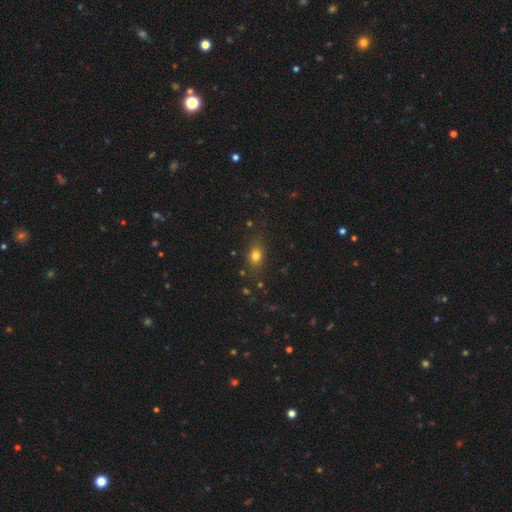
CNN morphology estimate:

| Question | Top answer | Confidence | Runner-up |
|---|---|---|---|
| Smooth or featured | smooth | 76% | star or artifact (14%) |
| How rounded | in between | 63% | round (33%) |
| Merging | none | 79% | minor disturbance (14%) |